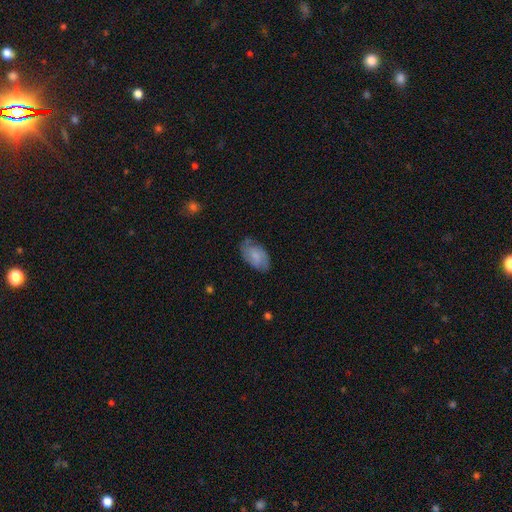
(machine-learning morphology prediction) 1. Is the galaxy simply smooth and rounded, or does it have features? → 65% smooth, 28% featured or disk, 7% star or artifact.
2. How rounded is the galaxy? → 94% in between, 5% round, 2% cigar-shaped.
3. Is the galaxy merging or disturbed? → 68% none, 24% minor disturbance, 6% major disturbance, 2% merger.